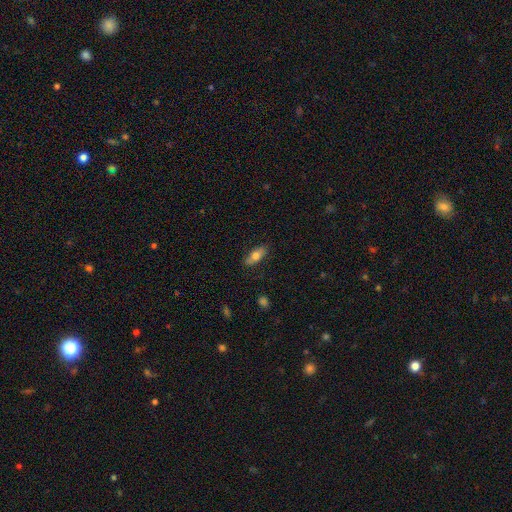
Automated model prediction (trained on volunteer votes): Overall: smooth (69%). How rounded: in between (76%). Merging: none (85%).